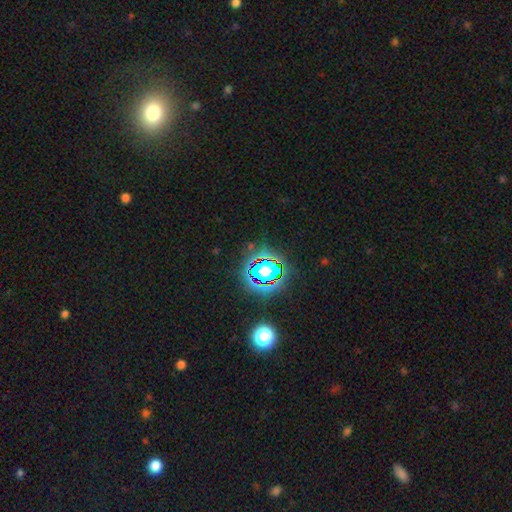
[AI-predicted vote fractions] This is likely a star or artifact rather than a galaxy (79%).